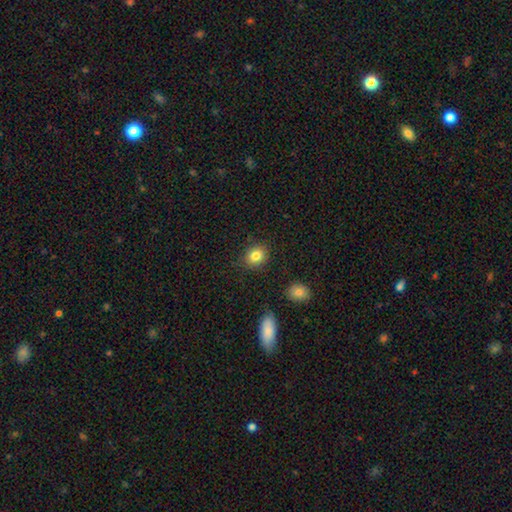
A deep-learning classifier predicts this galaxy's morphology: Overall: smooth (83%). How rounded: round (67%; in between 32%). Merging: none (85%).